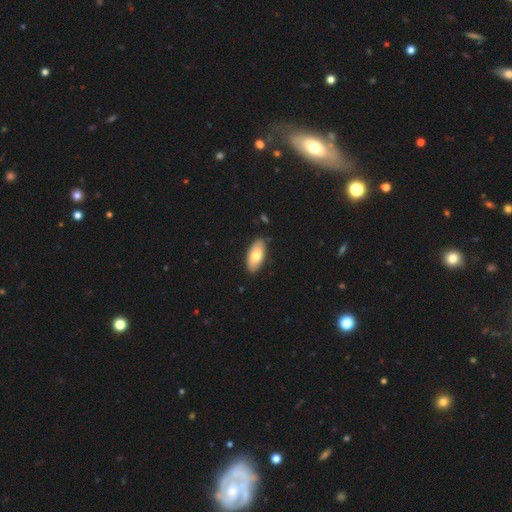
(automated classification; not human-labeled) Q: Smooth or featured?
A: smooth (74%); runner-up: featured or disk (21%)
Q: How rounded?
A: in between (91%); runner-up: cigar-shaped (7%)
Q: Merging?
A: none (86%); runner-up: minor disturbance (11%)